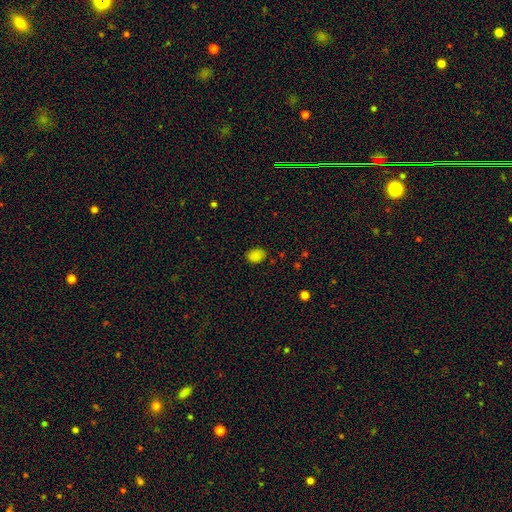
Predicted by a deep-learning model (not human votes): Smooth or featured: smooth — 83% (star or artifact — 13%)
How rounded: in between — 70% (round — 29%)
Merging: none — 81% (minor disturbance — 15%)